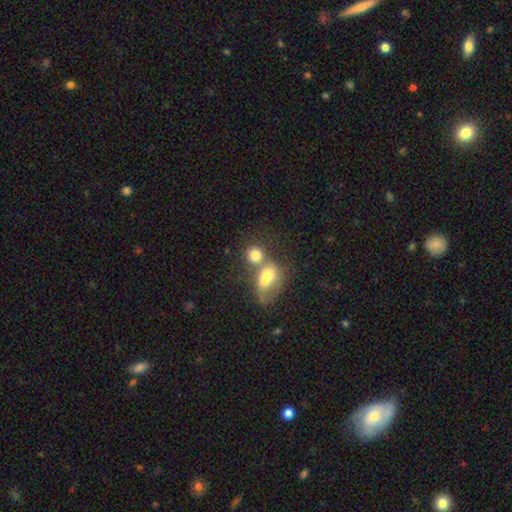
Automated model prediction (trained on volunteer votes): This is likely a smooth galaxy (73%). How rounded: likely round (60%). Merging: possibly merger (58%).